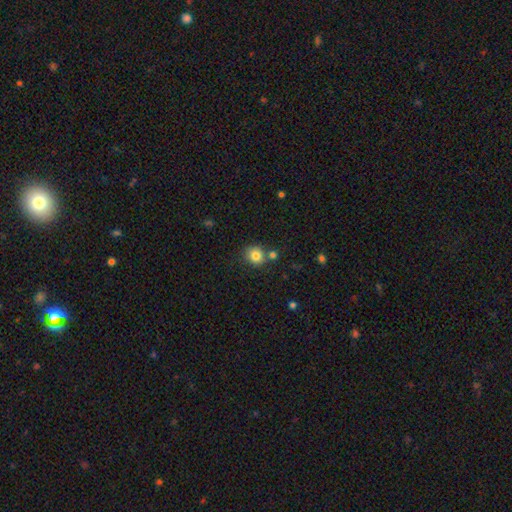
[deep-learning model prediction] A smooth galaxy with no disk features (82%) that is round (84%).

Vote fractions:
- Smooth or featured? smooth: 82% / star or artifact: 11% / featured or disk: 7%
- How rounded? round: 84% / in between: 15% / cigar-shaped: 1%
- Merging? none: 72% / merger: 15% / minor disturbance: 10% / major disturbance: 3%